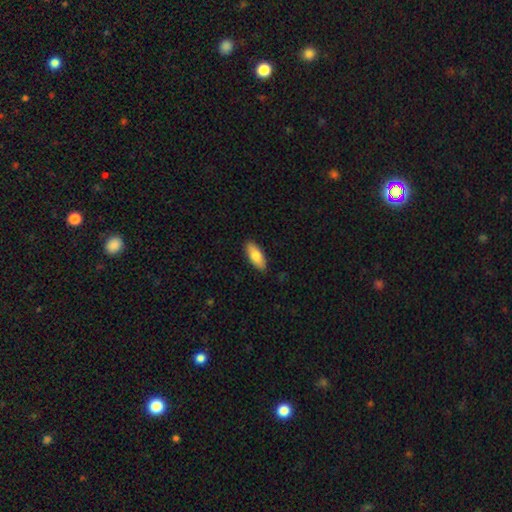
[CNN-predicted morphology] Smooth or featured? smooth (80%)
How rounded? in between (81%)
Merging? none (89%)